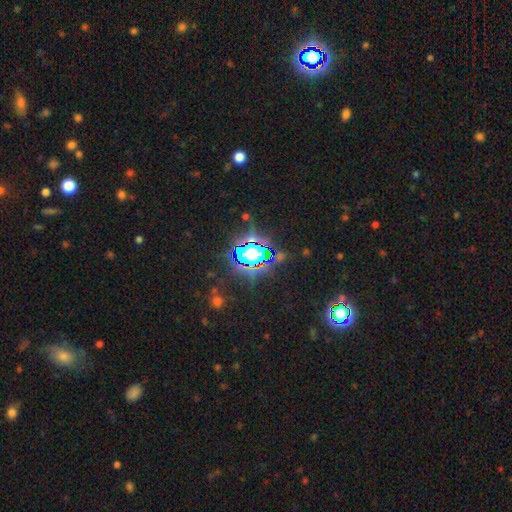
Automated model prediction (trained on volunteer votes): star or artifact 78%, smooth 13%, featured or disk 8%.